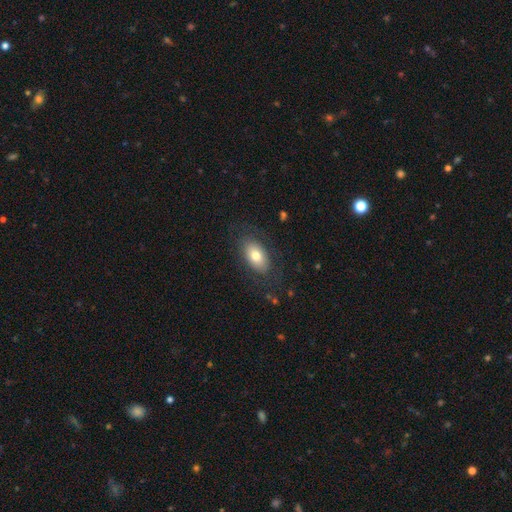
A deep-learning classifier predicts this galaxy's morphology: This appears to be a smooth galaxy with no disk features (74%) that is in between round and cigar-shaped (92%). Merging: none (80%).